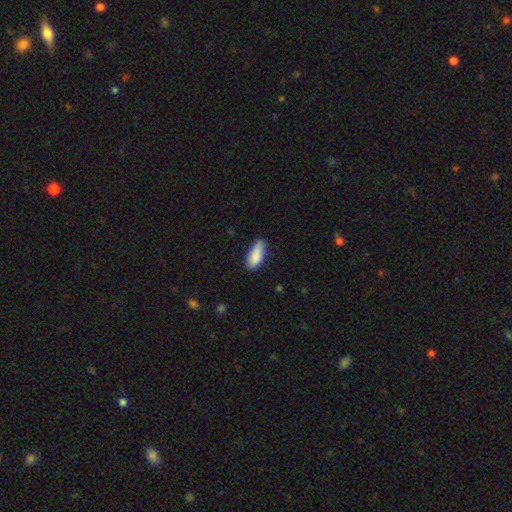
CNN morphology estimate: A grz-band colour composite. It shows a smooth galaxy with no disk features (89%) that is in between round and cigar-shaped (83%). Merging: none (77%).